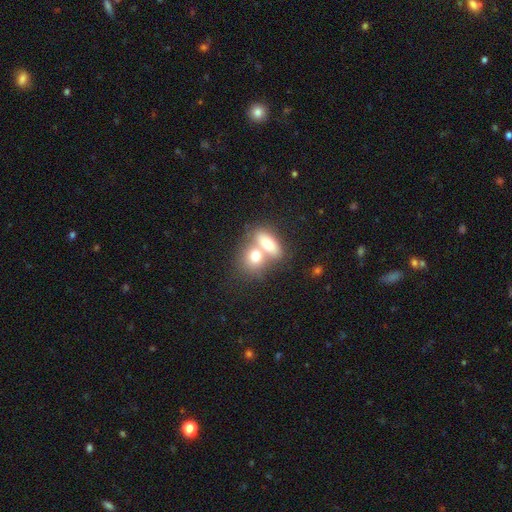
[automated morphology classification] Overall: smooth (71%). How rounded: in between (60%; round 35%). Merging: merger (65%).